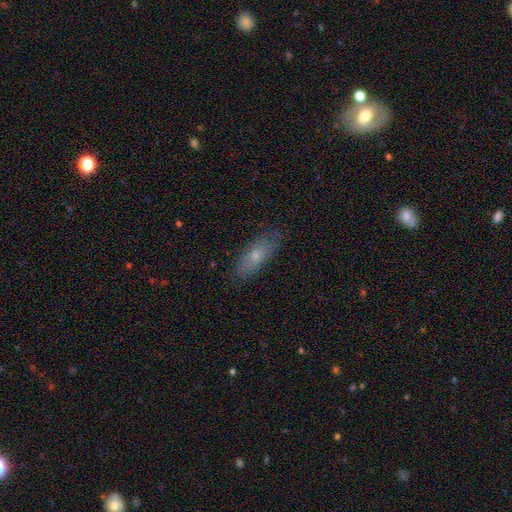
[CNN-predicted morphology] smooth 65%, featured or disk 27%, star or artifact 7%. Down the decision tree: how rounded — in between (65%); merging — none (80%).